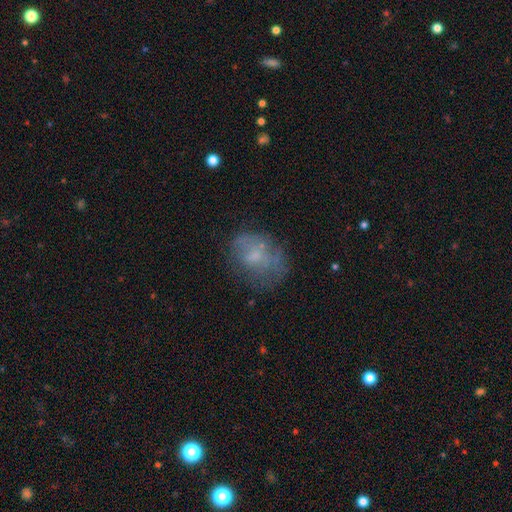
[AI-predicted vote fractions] Smooth or featured? smooth (51%)
How rounded? in between (61%)
Merging? none (54%)